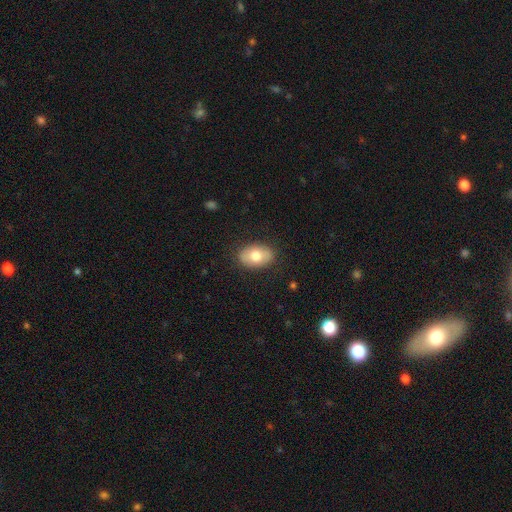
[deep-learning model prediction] smooth_or_featured: smooth (p=0.75) [alt: featured or disk p=0.18]
how_rounded: in between (p=0.87) [alt: round p=0.12]
merging: none (p=0.86) [alt: minor disturbance p=0.10]